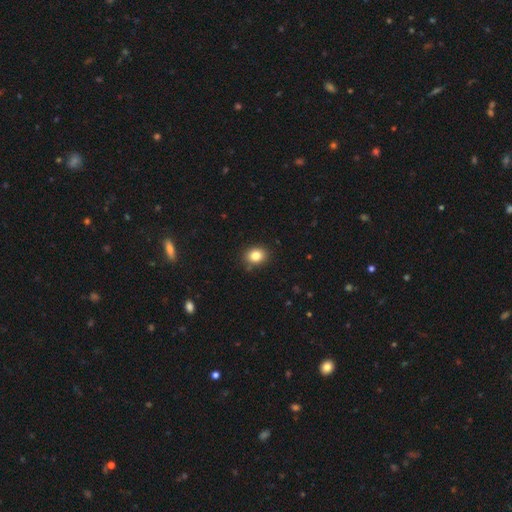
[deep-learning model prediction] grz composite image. It shows a smooth galaxy with no disk features (83%) that is round (57%). Merging: none (87%).